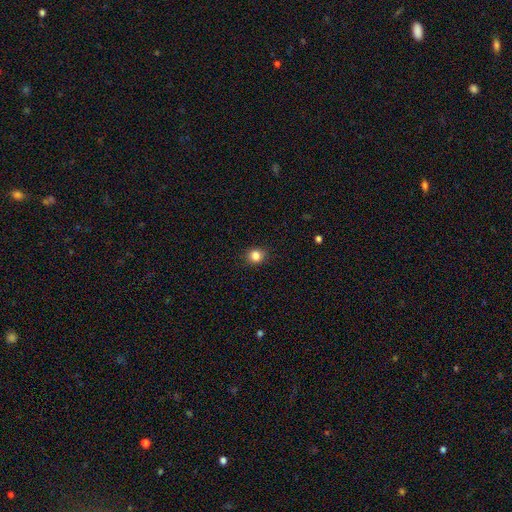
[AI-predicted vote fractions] Overall: smooth (84%). How rounded: round (83%). Merging: none (90%).